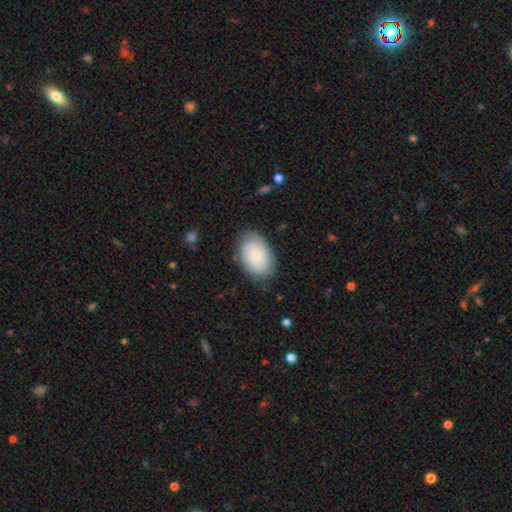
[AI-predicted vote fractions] This is likely a smooth galaxy (80%). How rounded: clearly in between (90%). Merging: clearly none (81%).